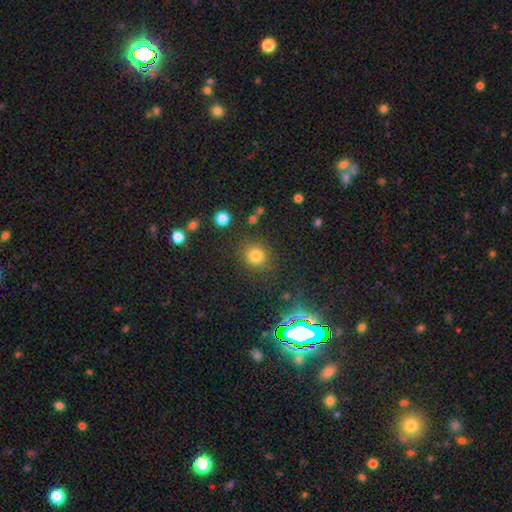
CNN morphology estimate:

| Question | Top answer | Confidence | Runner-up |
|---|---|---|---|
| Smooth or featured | smooth | 79% | star or artifact (16%) |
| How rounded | round | 86% | in between (13%) |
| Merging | none | 83% | minor disturbance (9%) |